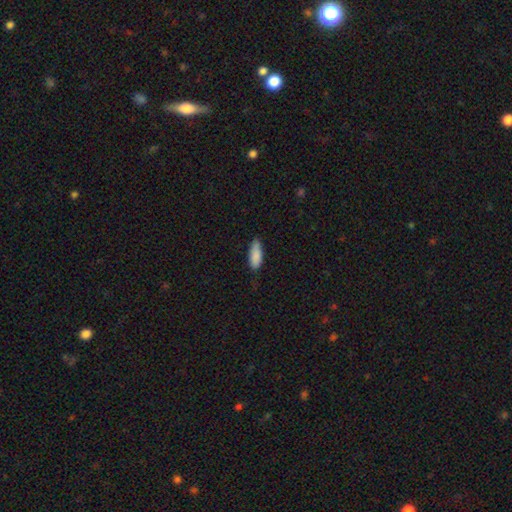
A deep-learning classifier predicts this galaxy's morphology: Overall: smooth (88%). How rounded: in between (74%). Merging: none (72%).